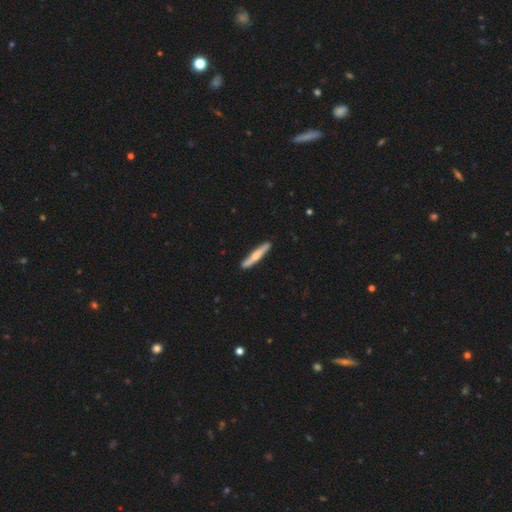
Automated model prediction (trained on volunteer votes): A smooth galaxy with no disk features (55%) that is cigar-shaped (93%). Merging: none (87%).